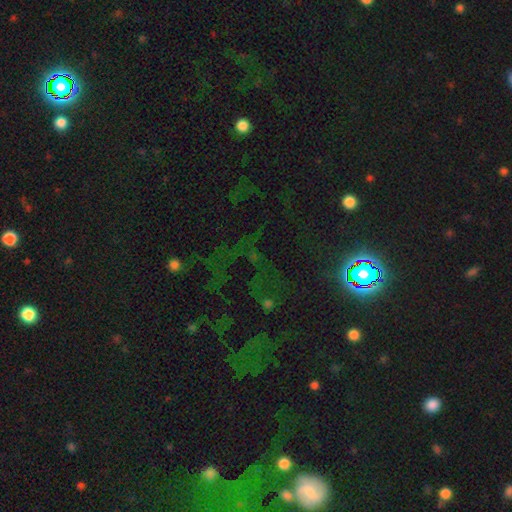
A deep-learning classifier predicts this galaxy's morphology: Overall: star or artifact (75%).